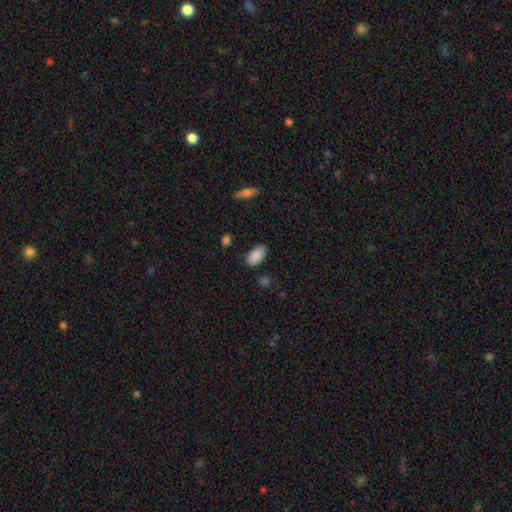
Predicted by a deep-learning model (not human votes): smooth 88%, star or artifact 7%, featured or disk 4%. Down the decision tree: how rounded — in between (94%); merging — none (80%).